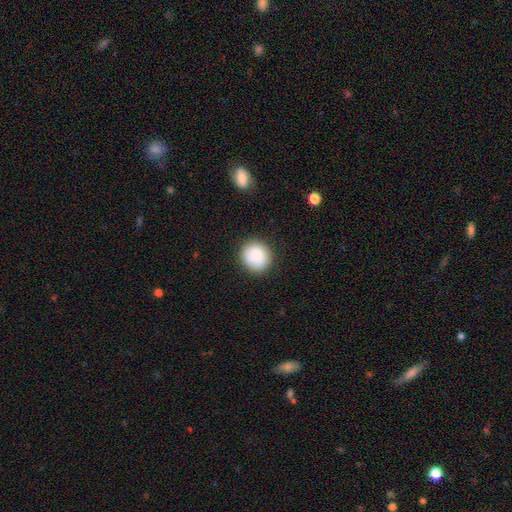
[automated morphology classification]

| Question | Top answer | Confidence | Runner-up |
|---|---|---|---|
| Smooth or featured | smooth | 86% | star or artifact (8%) |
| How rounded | round | 88% | in between (11%) |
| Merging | none | 85% | minor disturbance (10%) |